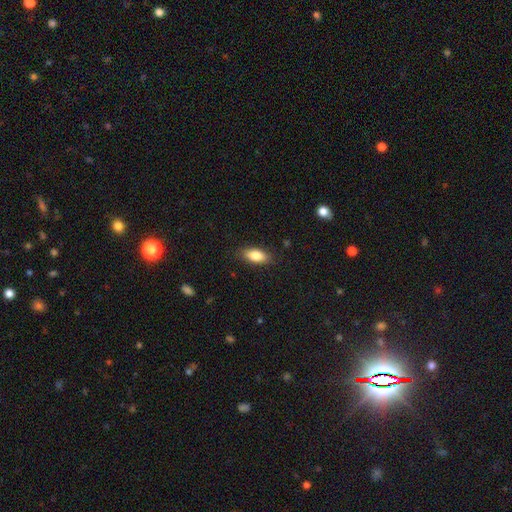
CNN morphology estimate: type=smooth (84%); roundness=in between (85%); merging=none (86%).